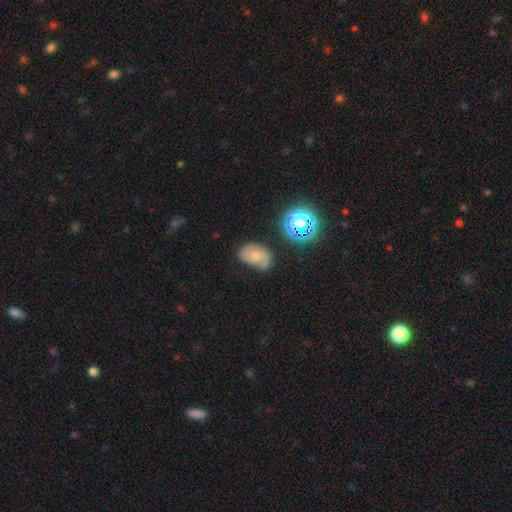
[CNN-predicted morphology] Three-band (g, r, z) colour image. It shows a featured or disk galaxy (47%). Merging: none (50%).